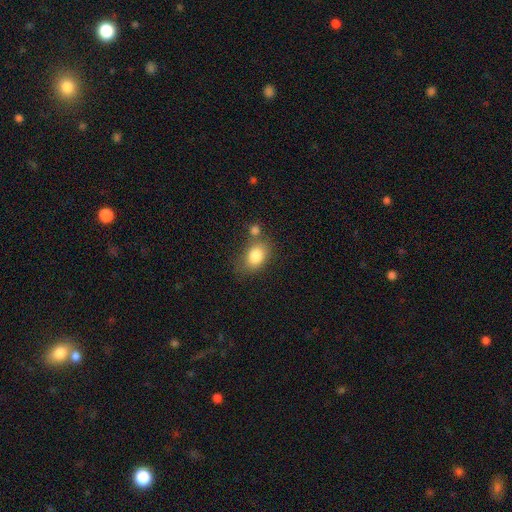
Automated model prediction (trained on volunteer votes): smooth_or_featured: smooth (p=0.83) [alt: featured or disk p=0.09]
how_rounded: in between (p=0.77) [alt: round p=0.21]
merging: none (p=0.56) [alt: merger p=0.20]